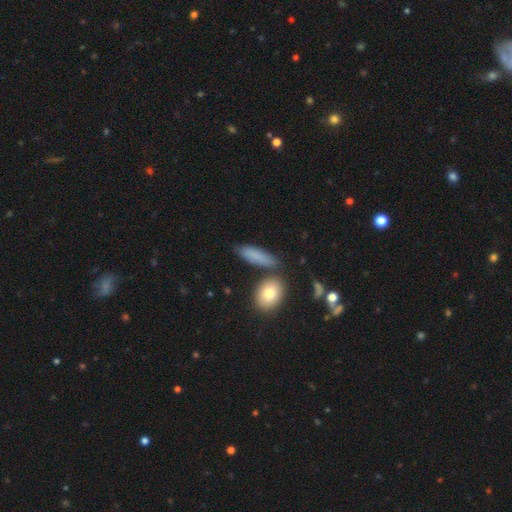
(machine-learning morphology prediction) This is clearly a smooth galaxy (81%). How rounded: possibly cigar-shaped (49%). Merging: likely none (71%).